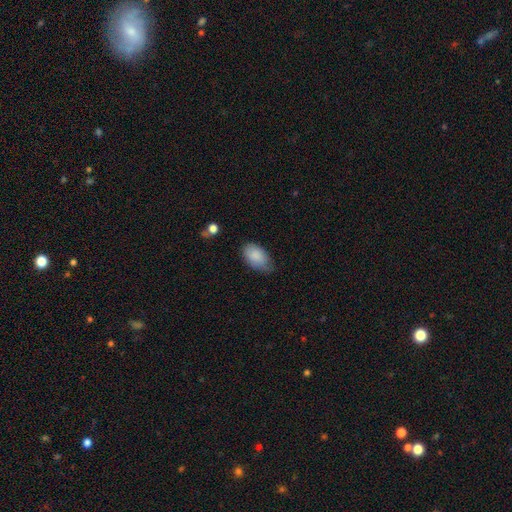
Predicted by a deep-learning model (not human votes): smooth-or-featured: smooth: 86% | featured or disk: 7% | star or artifact: 7%
  how-rounded: in between: 93% | round: 6% | cigar-shaped: 2%
  merging: none: 60% | minor disturbance: 33% | major disturbance: 6% | merger: 2%